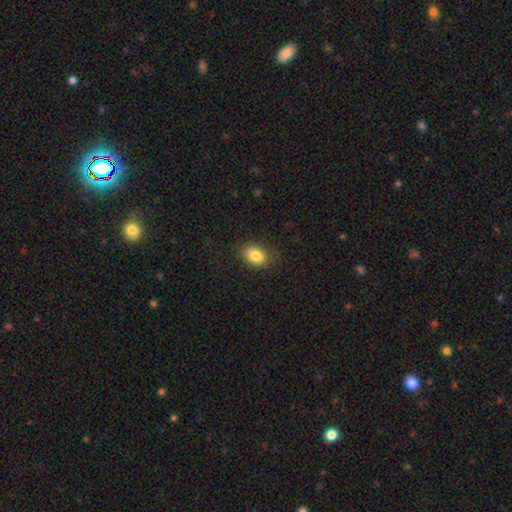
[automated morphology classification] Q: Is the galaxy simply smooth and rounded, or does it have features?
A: smooth — 83%.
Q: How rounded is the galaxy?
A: in between — 74%.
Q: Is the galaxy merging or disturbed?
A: none — 83%.